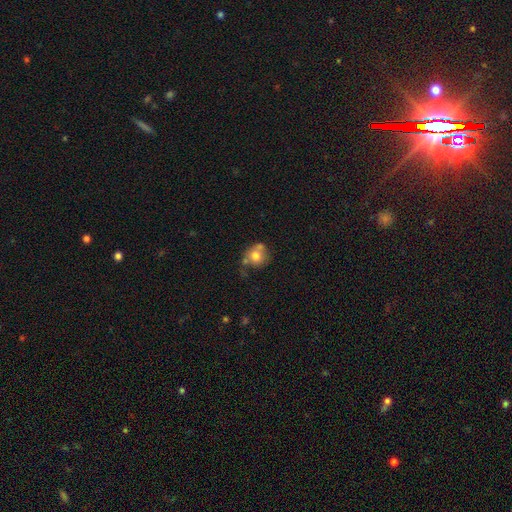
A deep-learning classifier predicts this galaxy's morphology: smooth 71%, featured or disk 20%, star or artifact 10%. Down the decision tree: how rounded — round (80%); merging — none (46%).